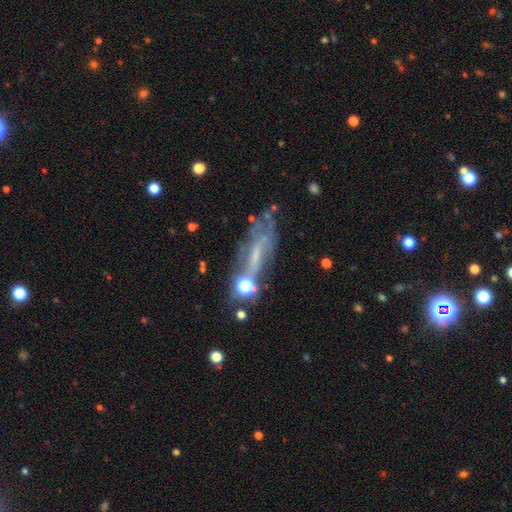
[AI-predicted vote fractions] Smooth or featured?
  - featured or disk: 58% *
  - smooth: 25%
  - star or artifact: 17%
Edge-on disk?
  - no: 71% *
  - yes: 29%
Merging?
  - none: 43% *
  - major disturbance: 23%
  - minor disturbance: 21%
  - merger: 13%